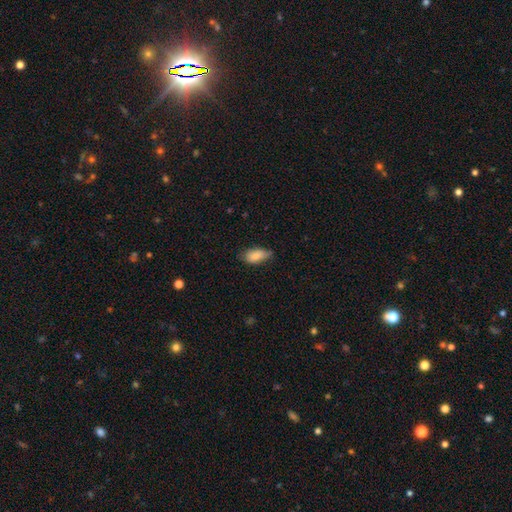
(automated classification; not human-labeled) Q: Smooth or featured?
A: smooth (84%); runner-up: featured or disk (9%)
Q: How rounded?
A: in between (89%); runner-up: cigar-shaped (8%)
Q: Merging?
A: none (59%); runner-up: minor disturbance (34%)